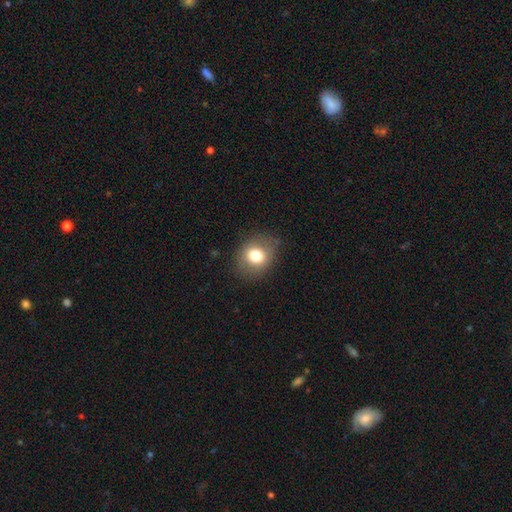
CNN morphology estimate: Smooth or featured: smooth — 76% (featured or disk — 15%)
How rounded: round — 60% (in between — 39%)
Merging: none — 81% (minor disturbance — 13%)